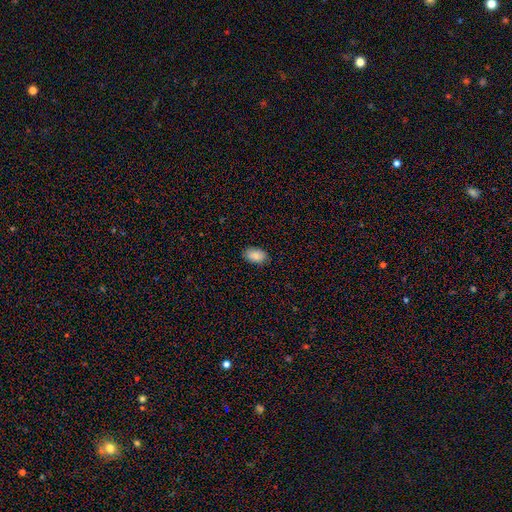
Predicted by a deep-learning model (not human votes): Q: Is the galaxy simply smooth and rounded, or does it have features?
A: smooth — 86%.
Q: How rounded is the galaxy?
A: in between — 91%.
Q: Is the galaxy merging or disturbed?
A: none — 86%.